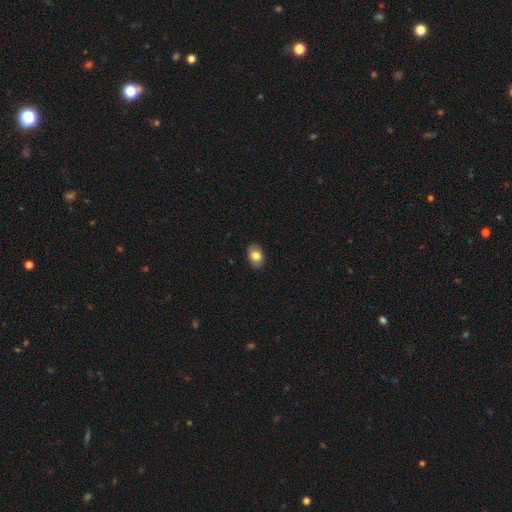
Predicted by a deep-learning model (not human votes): Overall: smooth (82%). How rounded: in between (78%). Merging: none (88%).